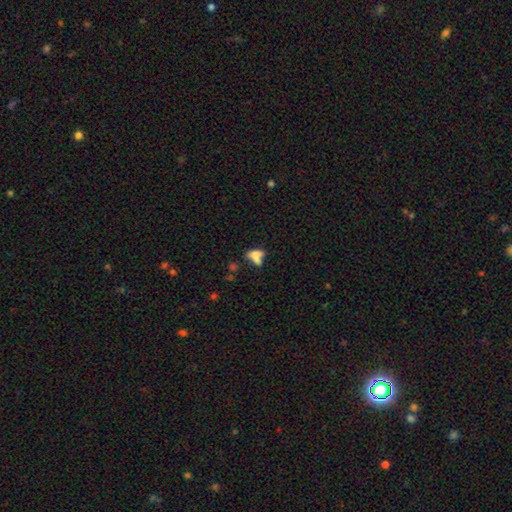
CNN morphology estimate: Q: Smooth or featured?
A: smooth (66%); runner-up: featured or disk (21%)
Q: How rounded?
A: in between (78%); runner-up: round (11%)
Q: Merging?
A: merger (47%); runner-up: none (24%)